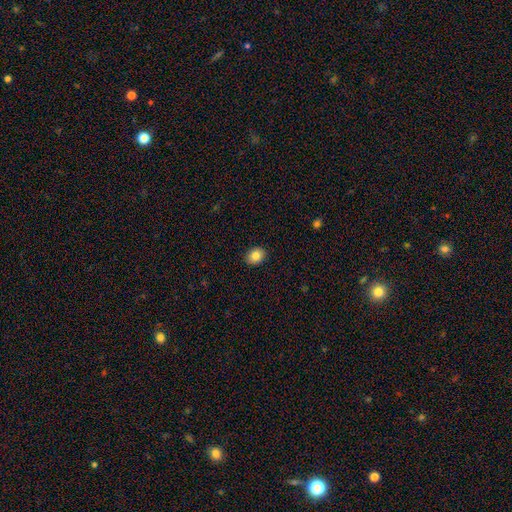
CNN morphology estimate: This is clearly a smooth galaxy (84%). How rounded: possibly in between (52%). Merging: clearly none (90%).